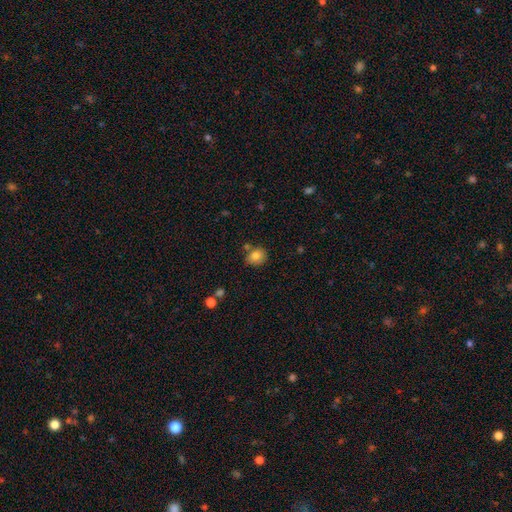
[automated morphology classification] Smooth or featured? smooth (81%)
How rounded? round (62%)
Merging? none (71%)